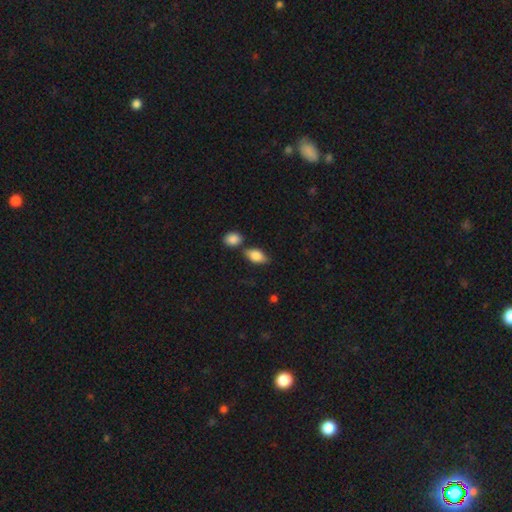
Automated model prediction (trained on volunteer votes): smooth 81%, featured or disk 12%, star or artifact 7%. Down the decision tree: how rounded — in between (89%); merging — none (67%).